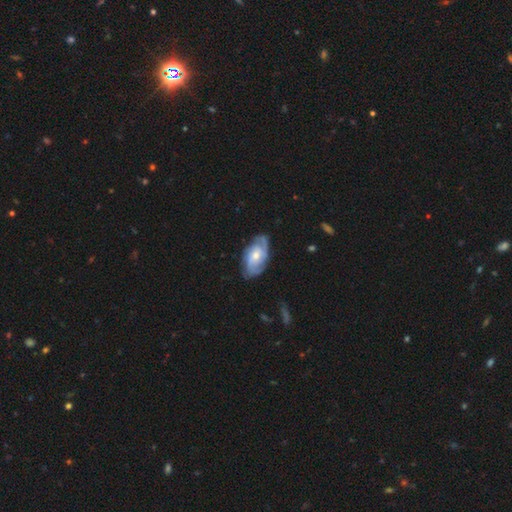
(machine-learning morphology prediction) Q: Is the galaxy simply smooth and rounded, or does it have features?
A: featured or disk — 78%.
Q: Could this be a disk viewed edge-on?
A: no — 95%.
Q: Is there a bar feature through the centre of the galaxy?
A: no — 67%.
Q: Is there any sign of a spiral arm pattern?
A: yes — 94%.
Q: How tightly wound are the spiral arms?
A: tight — 54%.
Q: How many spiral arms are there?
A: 2 — 33%.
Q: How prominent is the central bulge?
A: moderate — 55%.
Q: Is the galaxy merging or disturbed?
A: none — 73%.